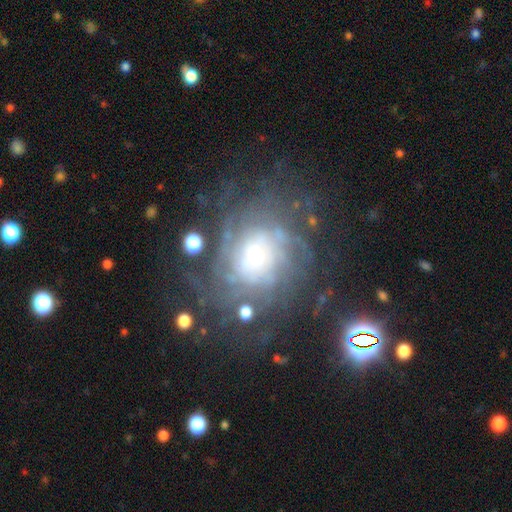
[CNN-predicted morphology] A featured or disk galaxy (80%) with no bar (60%), tight (63%) spiral arms (87%) and a moderate central bulge (47%).

Vote fractions:
- Smooth or featured? featured or disk: 80% / smooth: 11% / star or artifact: 9%
- Edge-on disk? no: 97% / yes: 3%
- Bar? no: 60% / weak: 32% / strong: 8%
- Spiral arms? yes: 87% / no: 13%
- Spiral winding? tight: 63% / medium: 26% / loose: 11%
- Spiral arm count? can't tell: 49% / more than 4: 14% / 4: 12% / 3: 10% / 2: 10% / 1: 6%
- Bulge size? moderate: 47% / small: 41% / large: 8% / none: 2% / dominant: 1%
- Merging? none: 64% / minor disturbance: 17% / major disturbance: 16% / merger: 3%